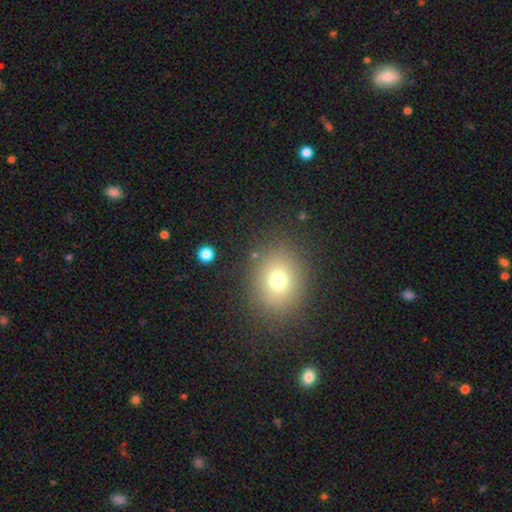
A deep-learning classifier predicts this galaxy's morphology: The model was most divided on "how rounded": round: 60%, in between: 39%, cigar-shaped: 1%. More confident: merging — none (85%); smooth or featured — smooth (73%).